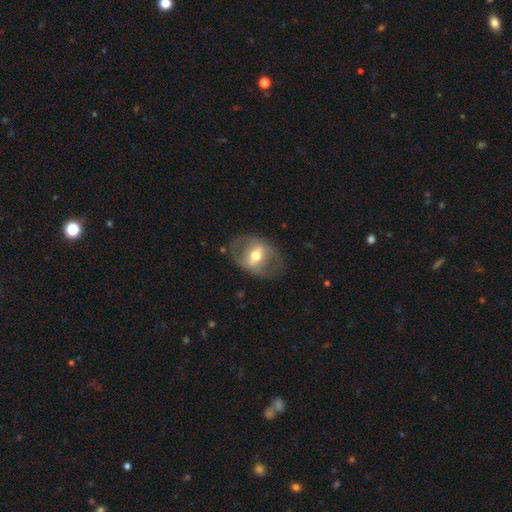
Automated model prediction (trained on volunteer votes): Q: Smooth or featured?
A: featured or disk (66%); runner-up: smooth (28%)
Q: Edge-on disk?
A: no (88%); runner-up: yes (12%)
Q: Bar?
A: strong (53%); runner-up: weak (31%)
Q: Spiral arms?
A: no (63%); runner-up: yes (37%)
Q: Bulge size?
A: moderate (70%); runner-up: large (14%)
Q: Merging?
A: none (71%); runner-up: minor disturbance (16%)